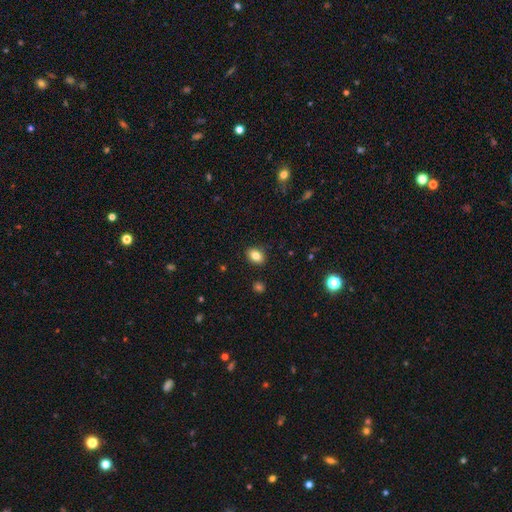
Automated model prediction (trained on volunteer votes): A smooth galaxy with no disk features (83%) that is in between round and cigar-shaped (72%).

Vote fractions:
- Smooth or featured? smooth: 83% / star or artifact: 10% / featured or disk: 8%
- How rounded? in between: 72% / round: 27% / cigar-shaped: 1%
- Merging? none: 88% / minor disturbance: 8% / major disturbance: 2% / merger: 2%